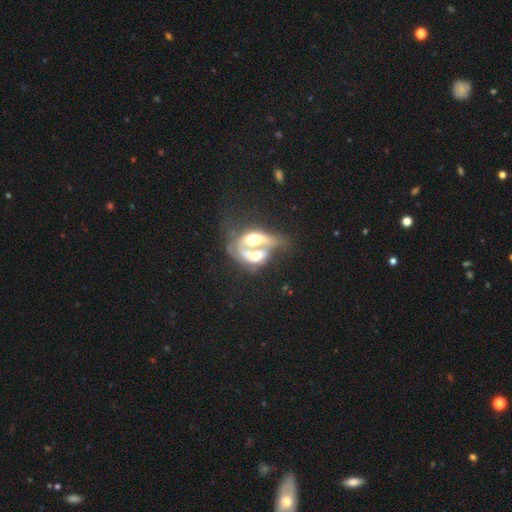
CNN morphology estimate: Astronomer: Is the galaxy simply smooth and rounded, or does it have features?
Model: featured or disk — 59%.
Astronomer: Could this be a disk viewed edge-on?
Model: no — 87%.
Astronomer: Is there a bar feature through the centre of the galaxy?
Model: no — 72%.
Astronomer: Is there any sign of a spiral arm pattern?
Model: no — 65%.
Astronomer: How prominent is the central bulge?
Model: moderate — 44% (runner-up: large, 37%).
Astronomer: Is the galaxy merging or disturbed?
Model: merger — 81%.